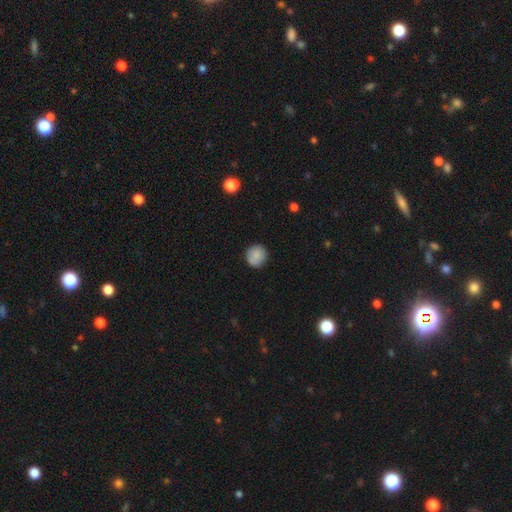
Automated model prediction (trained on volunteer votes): Smooth or featured? smooth (85%)
How rounded? round (92%)
Merging? none (85%)